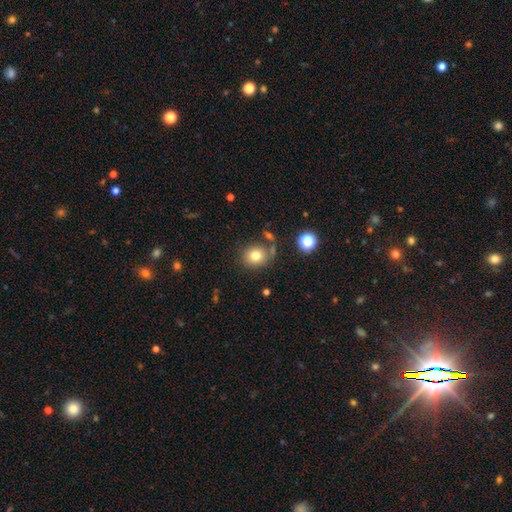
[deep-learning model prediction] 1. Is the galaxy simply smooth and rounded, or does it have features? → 78% smooth, 12% star or artifact, 9% featured or disk.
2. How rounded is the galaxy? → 77% round, 23% in between, 1% cigar-shaped.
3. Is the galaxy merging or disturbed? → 74% none, 12% minor disturbance, 9% merger, 5% major disturbance.